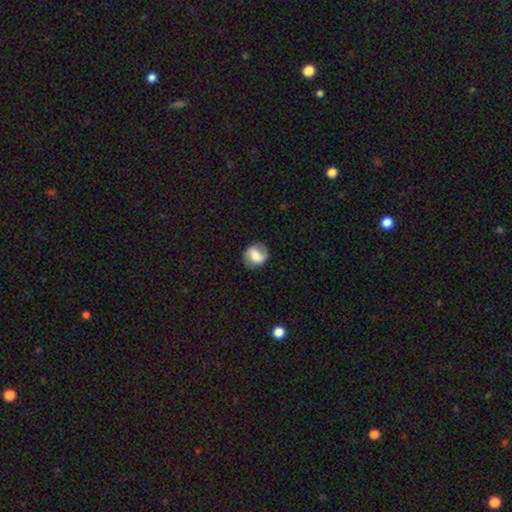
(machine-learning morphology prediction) This appears to be a smooth galaxy with no disk features (48%). Merging: none (79%).